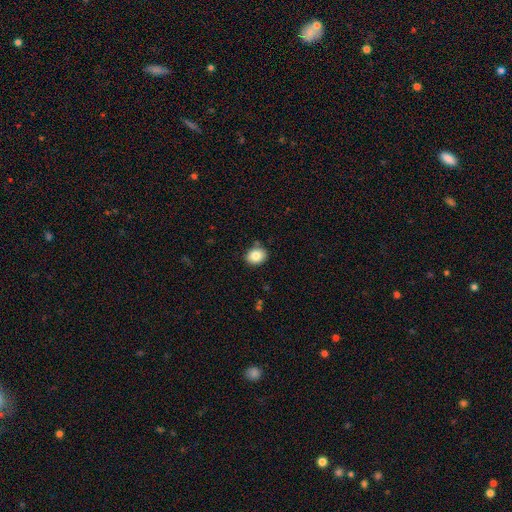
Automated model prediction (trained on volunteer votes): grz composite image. It shows a smooth galaxy with no disk features (85%) that is in between round and cigar-shaped (51%). Merging: none (82%).